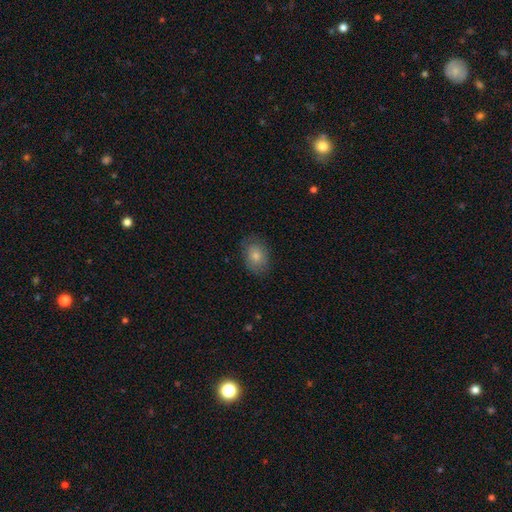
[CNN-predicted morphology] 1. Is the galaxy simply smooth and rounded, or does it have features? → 70% smooth, 20% featured or disk, 11% star or artifact.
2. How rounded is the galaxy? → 72% in between, 27% round, 1% cigar-shaped.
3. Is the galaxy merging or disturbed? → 80% none, 15% minor disturbance, 4% major disturbance, 1% merger.